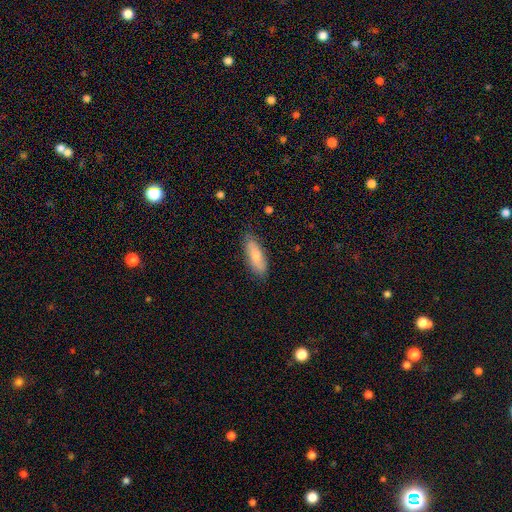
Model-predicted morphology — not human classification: Smooth or featured: smooth — 76% (featured or disk — 18%)
How rounded: in between — 62% (cigar-shaped — 36%)
Merging: none — 82% (minor disturbance — 14%)